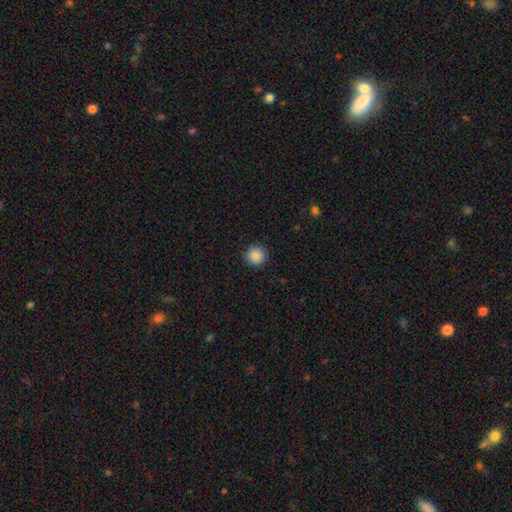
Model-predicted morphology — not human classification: Smooth or featured? Predicted: smooth (p=0.88). How rounded? Predicted: round (p=0.95). Merging? Predicted: none (p=0.92).